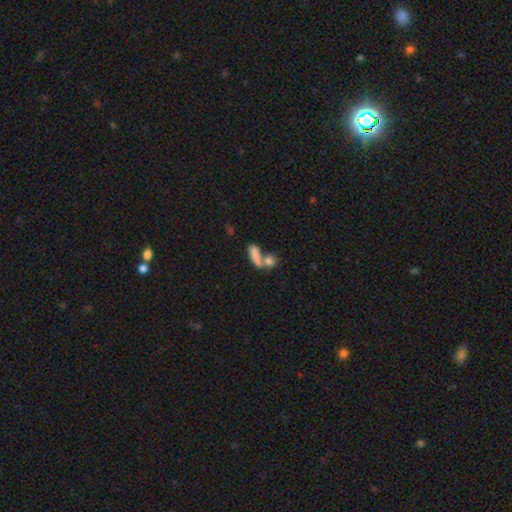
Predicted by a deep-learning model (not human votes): Overall: smooth (77%). How rounded: in between (54%; cigar-shaped 33%). Merging: merger (48%; none 35%).